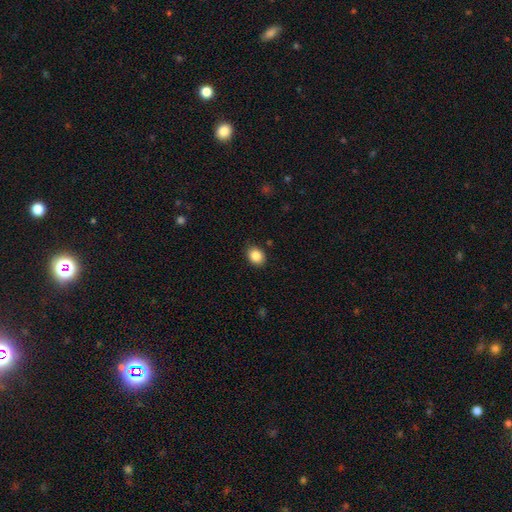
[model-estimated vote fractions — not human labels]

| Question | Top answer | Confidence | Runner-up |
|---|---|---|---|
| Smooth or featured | smooth | 87% | star or artifact (9%) |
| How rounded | in between | 54% | round (45%) |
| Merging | none | 88% | minor disturbance (9%) |